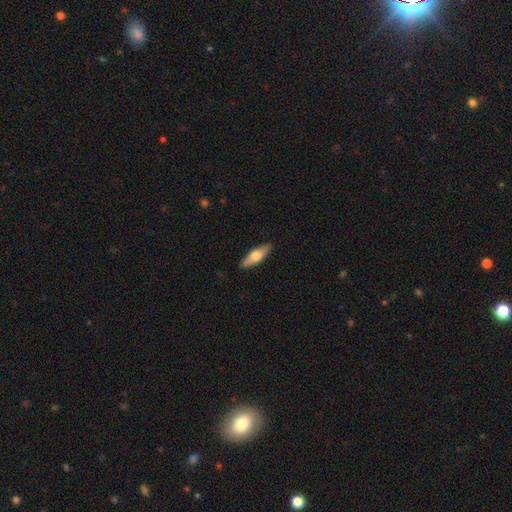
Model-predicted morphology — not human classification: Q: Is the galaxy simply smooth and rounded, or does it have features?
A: smooth — 59%.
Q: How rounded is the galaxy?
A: in between — 54%.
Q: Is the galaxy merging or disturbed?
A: none — 89%.